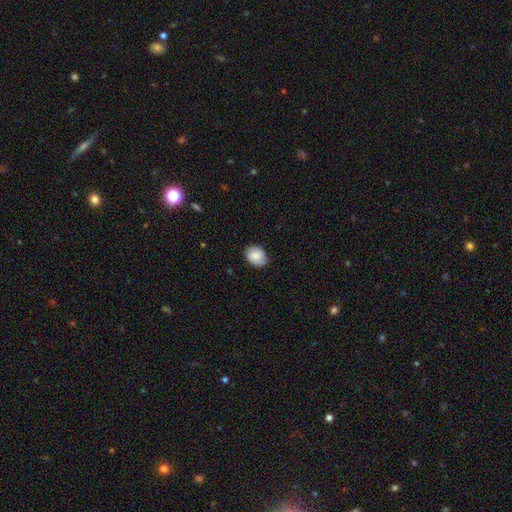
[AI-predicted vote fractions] This appears to be a smooth galaxy with no disk features (84%) that is in between round and cigar-shaped (63%). Merging: none (80%).